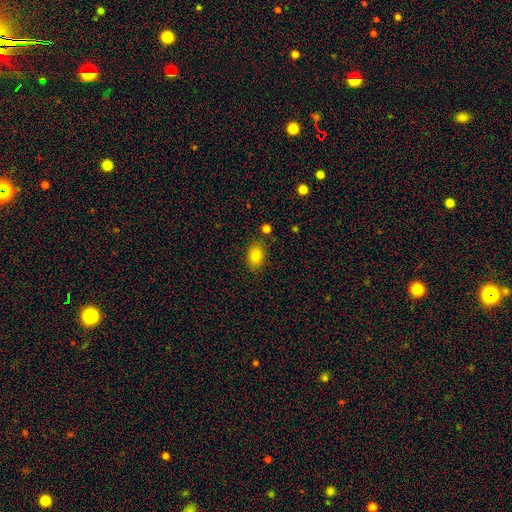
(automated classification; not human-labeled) smooth 83%, star or artifact 9%, featured or disk 7%. Down the decision tree: how rounded — in between (81%); merging — none (82%).